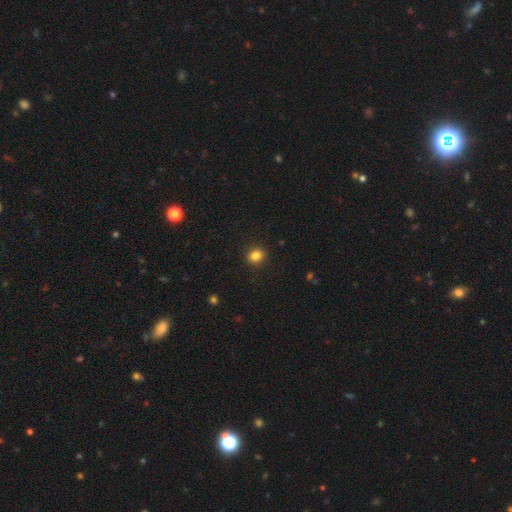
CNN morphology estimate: Smooth or featured? smooth (84%)
How rounded? round (66%)
Merging? none (91%)